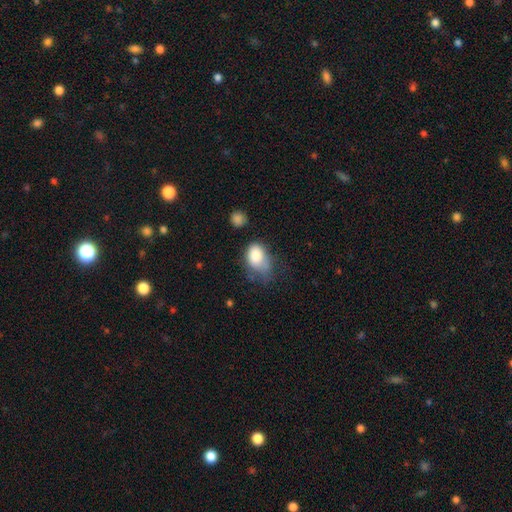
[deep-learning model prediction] Morphology: type=smooth (81%); roundness=in between (81%); merging=minor disturbance (37%).